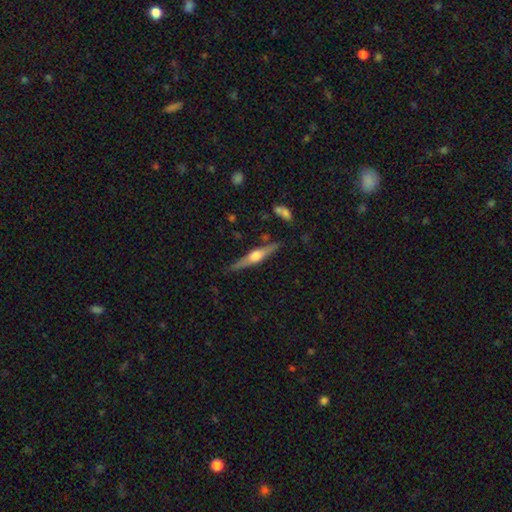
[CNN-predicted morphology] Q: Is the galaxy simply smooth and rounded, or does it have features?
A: featured or disk — 73%.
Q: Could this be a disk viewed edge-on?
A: yes — 97%.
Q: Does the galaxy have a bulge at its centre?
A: rounded — 89%.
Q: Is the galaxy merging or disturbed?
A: none — 85%.